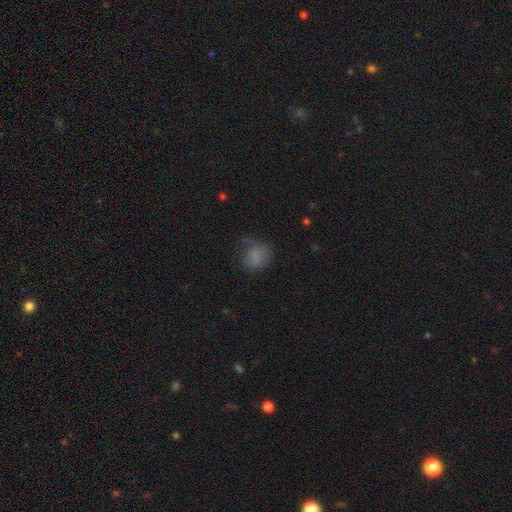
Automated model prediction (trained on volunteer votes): This is likely a smooth galaxy (71%). How rounded: possibly round (57%). Merging: possibly none (45%).